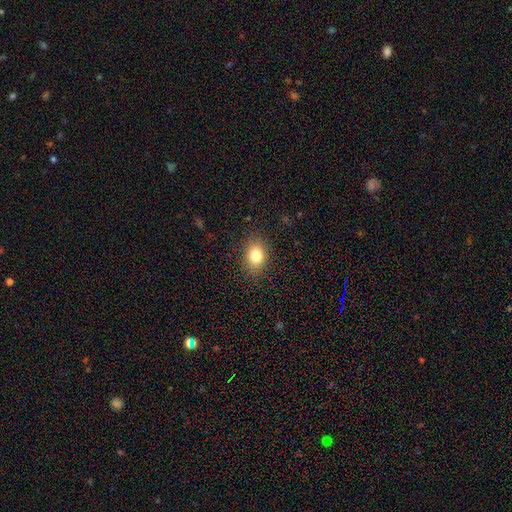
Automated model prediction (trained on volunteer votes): smooth 81%, star or artifact 10%, featured or disk 9%. Down the decision tree: how rounded — in between (74%); merging — none (86%).